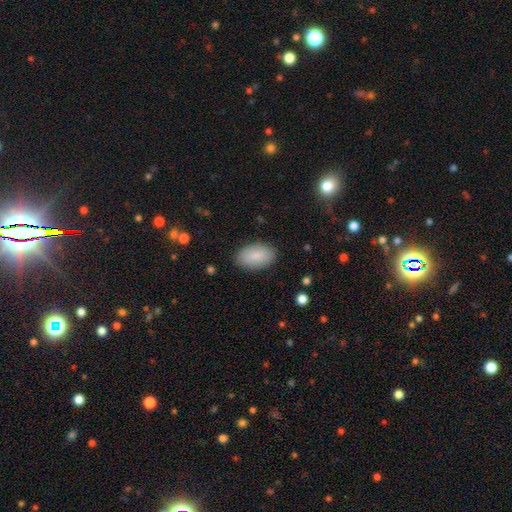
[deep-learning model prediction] smooth-or-featured: smooth: 86% | featured or disk: 8% | star or artifact: 6%
  how-rounded: in between: 94% | round: 4% | cigar-shaped: 2%
  merging: none: 87% | minor disturbance: 10% | major disturbance: 3% | merger: 1%